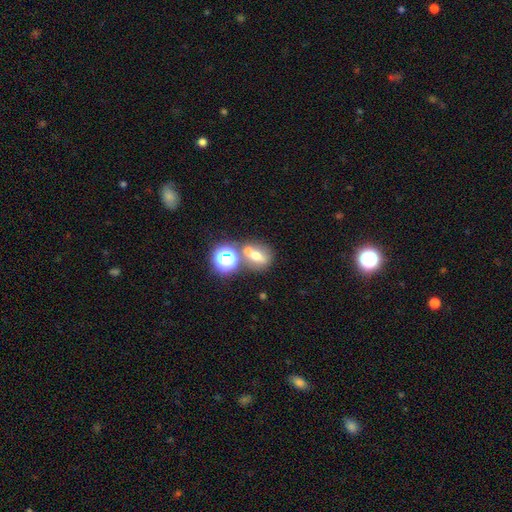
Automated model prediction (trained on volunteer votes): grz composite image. It shows a smooth galaxy with no disk features (54%) that is round (55%). Merging: none (46%).